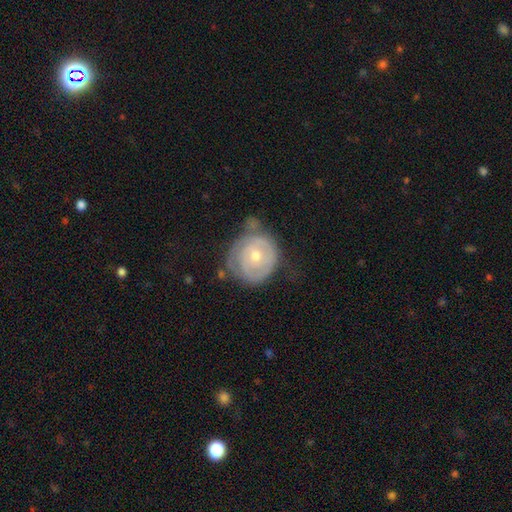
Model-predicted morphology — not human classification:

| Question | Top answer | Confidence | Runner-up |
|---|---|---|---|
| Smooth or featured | featured or disk | 68% | smooth (26%) |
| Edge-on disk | no | 97% | yes (3%) |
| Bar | no | 79% | weak (17%) |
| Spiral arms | yes | 70% | no (30%) |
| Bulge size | moderate | 55% | small (42%) |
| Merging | none | 50% | minor disturbance (28%) |